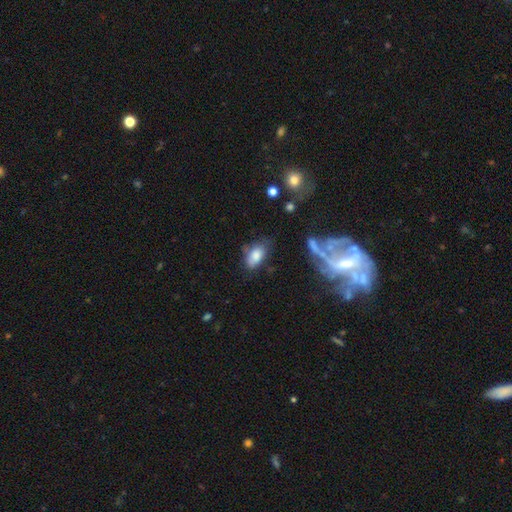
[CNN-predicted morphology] The model was most divided on "merging": none: 53%, minor disturbance: 31%, major disturbance: 11%, merger: 5%. More confident: how rounded — in between (91%); smooth or featured — smooth (80%).